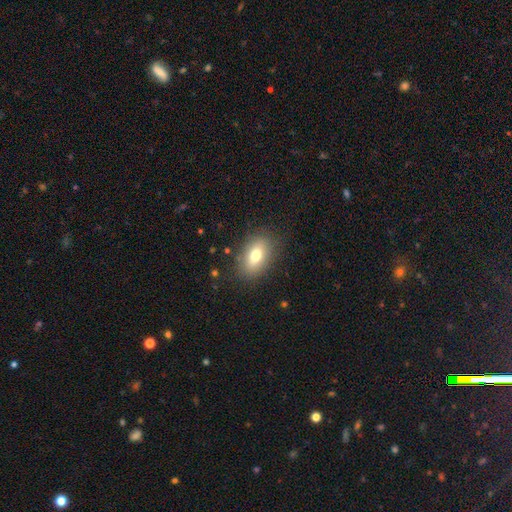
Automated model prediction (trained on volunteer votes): smooth 74%, featured or disk 17%, star or artifact 9%. Down the decision tree: how rounded — in between (87%); merging — none (84%).